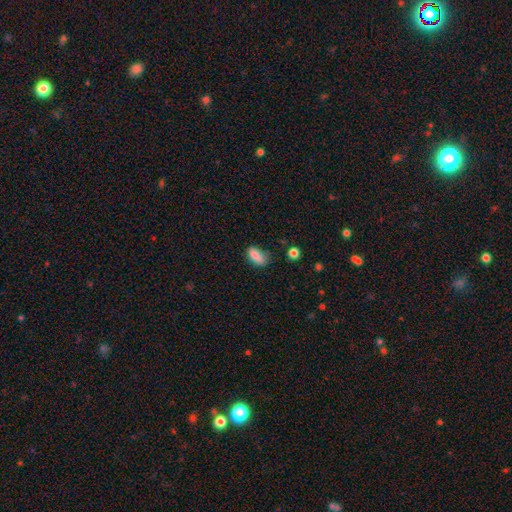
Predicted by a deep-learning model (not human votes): Smooth or featured: smooth — 83% (star or artifact — 9%)
How rounded: in between — 86% (cigar-shaped — 9%)
Merging: none — 58% (minor disturbance — 30%)